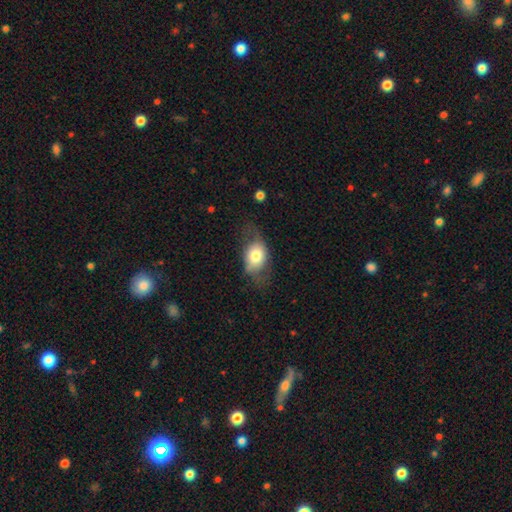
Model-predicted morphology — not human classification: Q: Smooth or featured?
A: smooth (68%); runner-up: featured or disk (25%)
Q: How rounded?
A: in between (75%); runner-up: round (23%)
Q: Merging?
A: none (47%); runner-up: minor disturbance (29%)